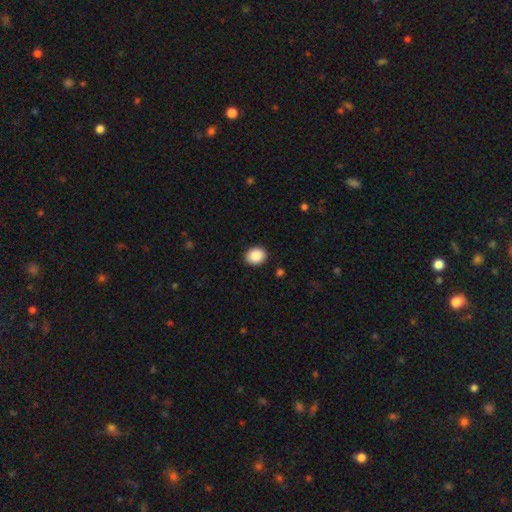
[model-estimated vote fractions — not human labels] This is clearly a smooth galaxy (90%). How rounded: possibly round (56%). Merging: clearly none (90%).